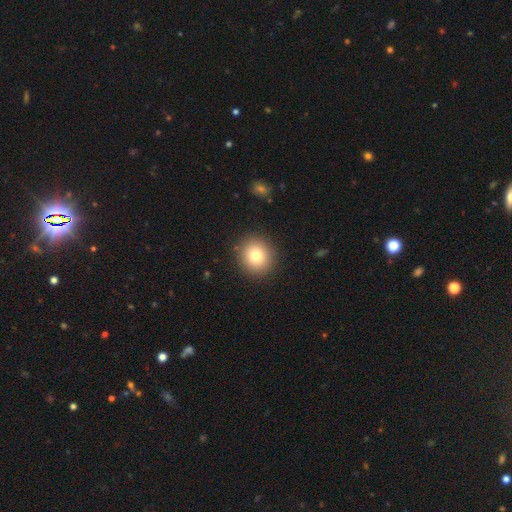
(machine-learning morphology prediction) smooth-or-featured: smooth: 79% | star or artifact: 11% | featured or disk: 10%
  how-rounded: round: 90% | in between: 9% | cigar-shaped: 1%
  merging: none: 91% | minor disturbance: 6% | major disturbance: 2% | merger: 1%